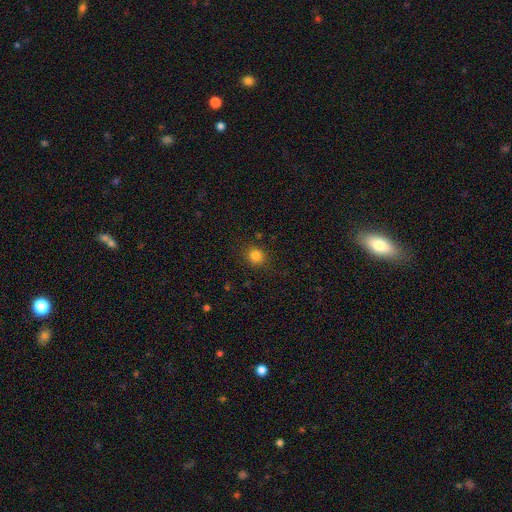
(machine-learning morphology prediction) A smooth galaxy with no disk features (83%) that is round (87%).

Vote fractions:
- Smooth or featured? smooth: 83% / star or artifact: 13% / featured or disk: 4%
- How rounded? round: 87% / in between: 12% / cigar-shaped: 1%
- Merging? none: 88% / minor disturbance: 8% / major disturbance: 3% / merger: 1%